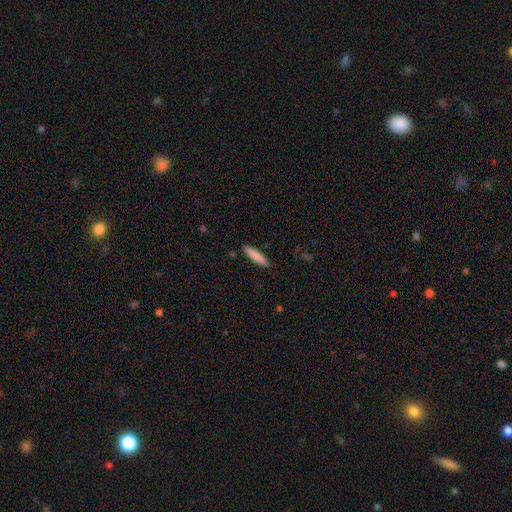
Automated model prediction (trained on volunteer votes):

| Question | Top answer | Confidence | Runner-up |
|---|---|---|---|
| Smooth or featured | smooth | 84% | featured or disk (10%) |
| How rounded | cigar-shaped | 87% | in between (12%) |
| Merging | none | 90% | minor disturbance (7%) |